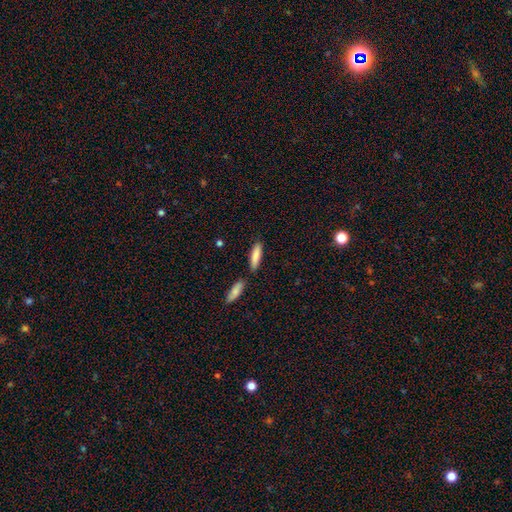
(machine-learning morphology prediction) type=smooth (84%); roundness=cigar-shaped (65%); merging=none (77%).